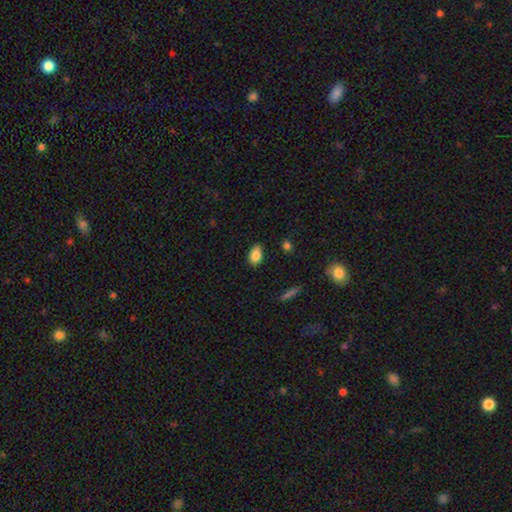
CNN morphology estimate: This appears to be a smooth galaxy with no disk features (85%) that is in between round and cigar-shaped (88%). Merging: none (82%).